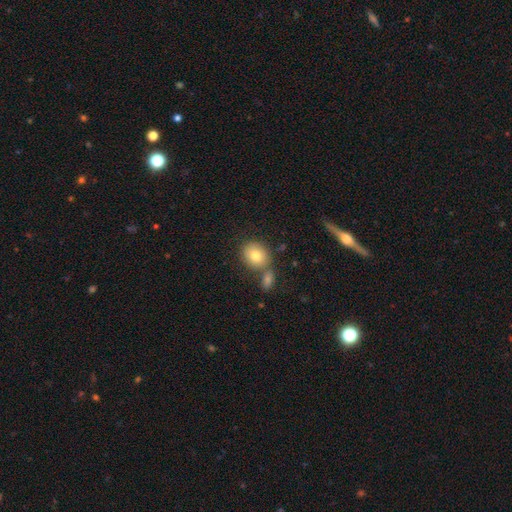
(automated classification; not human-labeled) Q: Smooth or featured?
A: smooth (79%); runner-up: featured or disk (12%)
Q: How rounded?
A: round (67%); runner-up: in between (32%)
Q: Merging?
A: none (60%); runner-up: merger (26%)